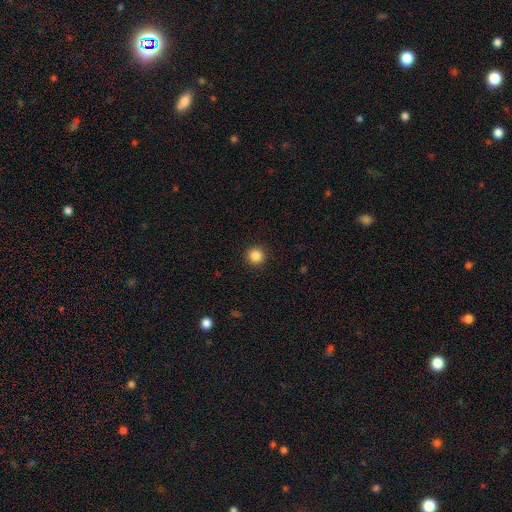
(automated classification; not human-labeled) Smooth or featured: smooth — 86% (star or artifact — 10%)
How rounded: round — 95% (in between — 4%)
Merging: none — 92% (minor disturbance — 5%)